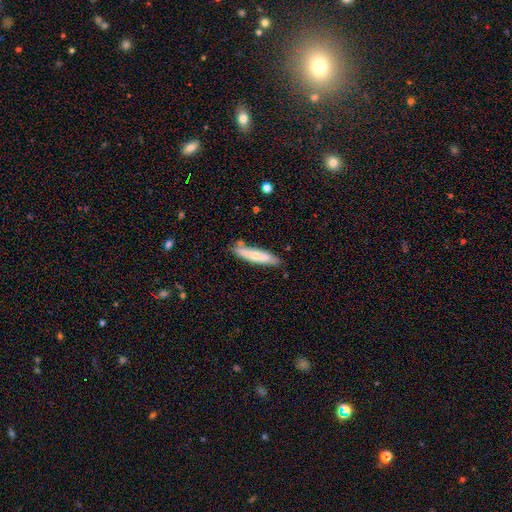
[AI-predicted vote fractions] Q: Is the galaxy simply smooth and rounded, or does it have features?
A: smooth — 58%.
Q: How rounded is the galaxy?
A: cigar-shaped — 85%.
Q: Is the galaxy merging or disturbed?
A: none — 76%.